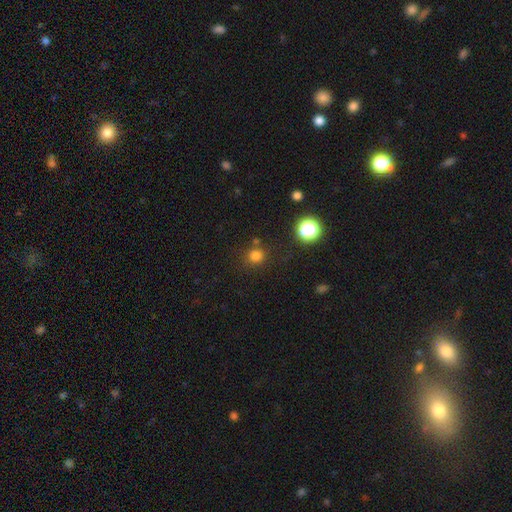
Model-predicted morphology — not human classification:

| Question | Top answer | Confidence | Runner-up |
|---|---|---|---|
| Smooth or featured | smooth | 77% | star or artifact (18%) |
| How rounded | round | 89% | in between (10%) |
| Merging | none | 81% | minor disturbance (9%) |